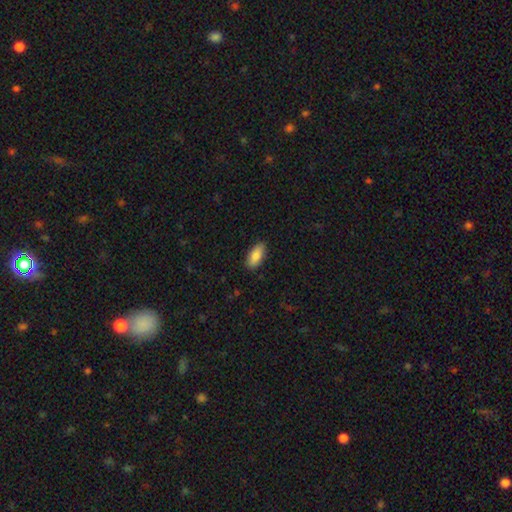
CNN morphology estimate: This appears to be a smooth galaxy with no disk features (87%) that is in between round and cigar-shaped (88%). Merging: none (87%).